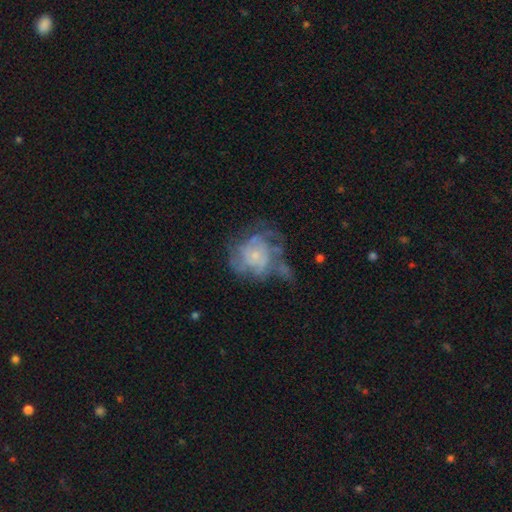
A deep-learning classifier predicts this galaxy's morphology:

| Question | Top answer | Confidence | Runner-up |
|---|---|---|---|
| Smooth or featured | featured or disk | 73% | smooth (19%) |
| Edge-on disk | no | 98% | yes (2%) |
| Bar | no | 79% | weak (18%) |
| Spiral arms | yes | 79% | no (21%) |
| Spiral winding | tight | 48% | medium (36%) |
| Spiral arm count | can't tell | 45% | 3 (17%) |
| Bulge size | small | 66% | moderate (21%) |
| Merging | none | 44% | major disturbance (28%) |